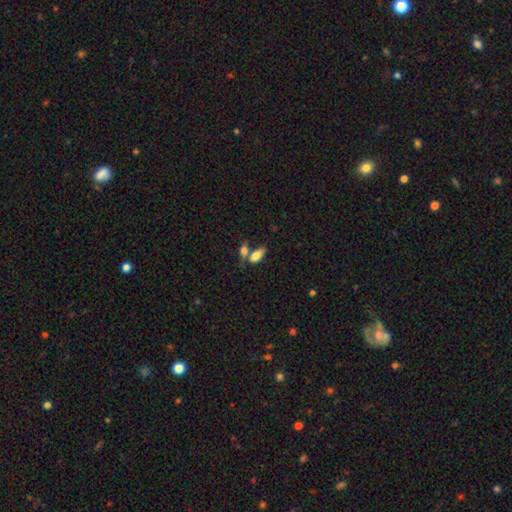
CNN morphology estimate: smooth 77%, featured or disk 15%, star or artifact 8%. Down the decision tree: how rounded — in between (84%); merging — none (44%).